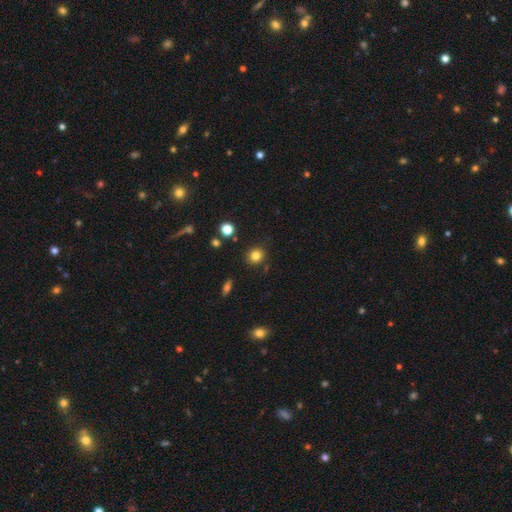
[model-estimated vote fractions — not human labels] This appears to be a smooth galaxy with no disk features (81%) that is round (85%). Merging: none (85%).